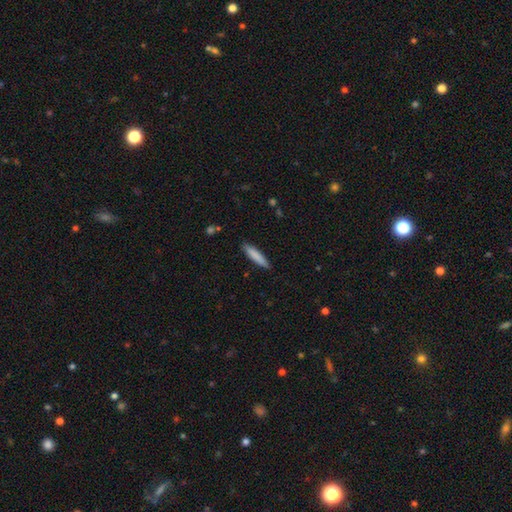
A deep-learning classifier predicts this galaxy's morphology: A smooth galaxy with no disk features (83%) that is cigar-shaped (85%). Merging: none (87%).